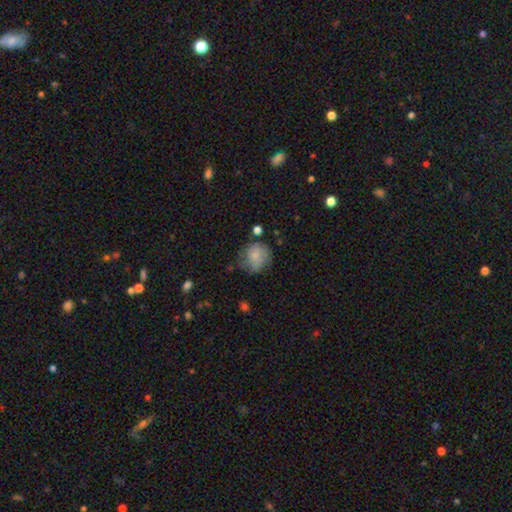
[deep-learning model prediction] Smooth or featured: smooth — 72% (featured or disk — 20%)
How rounded: round — 79% (in between — 20%)
Merging: none — 55% (minor disturbance — 29%)